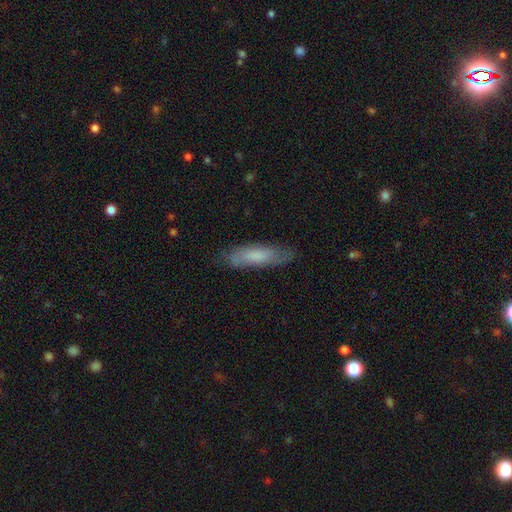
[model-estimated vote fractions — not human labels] smooth_or_featured: smooth (p=0.68) [alt: featured or disk p=0.26]
how_rounded: cigar-shaped (p=0.66) [alt: in between p=0.33]
merging: none (p=0.76) [alt: minor disturbance p=0.18]